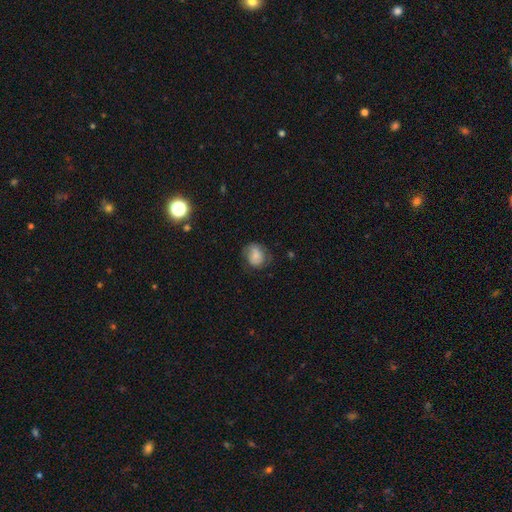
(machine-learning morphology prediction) This is likely a smooth galaxy (63%). How rounded: possibly round (60%). Merging: likely none (61%).